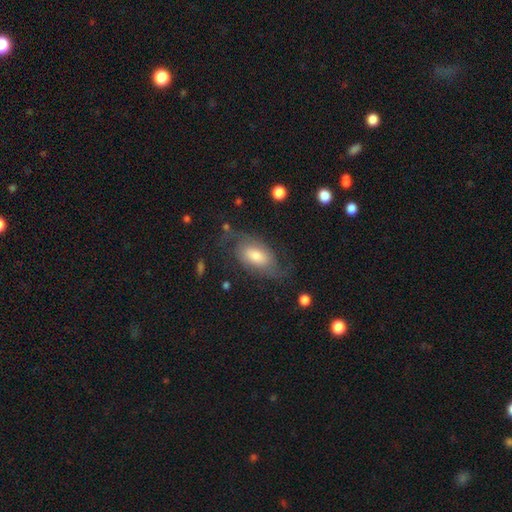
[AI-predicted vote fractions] Smooth or featured? featured or disk (67%)
Edge-on disk? no (94%)
Bar? no (56%)
Spiral arms? yes (91%)
Spiral winding? medium (44%)
Spiral arm count? 2 (80%)
Bulge size? moderate (49%)
Merging? none (64%)